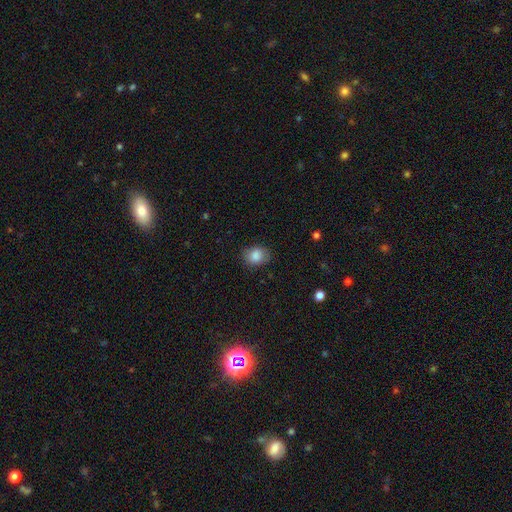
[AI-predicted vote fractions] Morphology: type=smooth (85%); roundness=in between (58%); merging=none (78%).